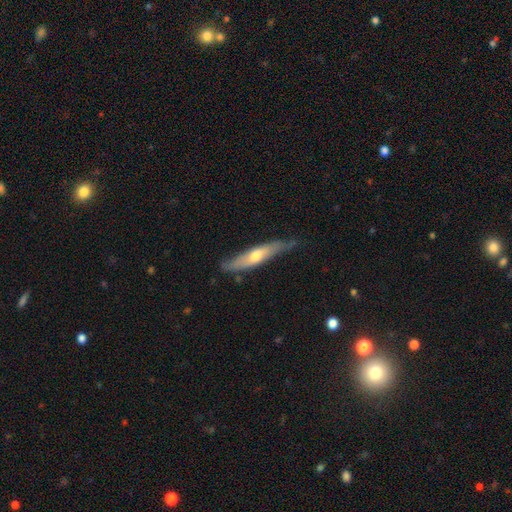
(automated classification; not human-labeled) Smooth or featured?
  - featured or disk: 55% *
  - smooth: 39%
  - star or artifact: 6%
Edge-on disk?
  - yes: 78% *
  - no: 22%
Merging?
  - none: 71% *
  - minor disturbance: 23%
  - major disturbance: 4%
  - merger: 2%